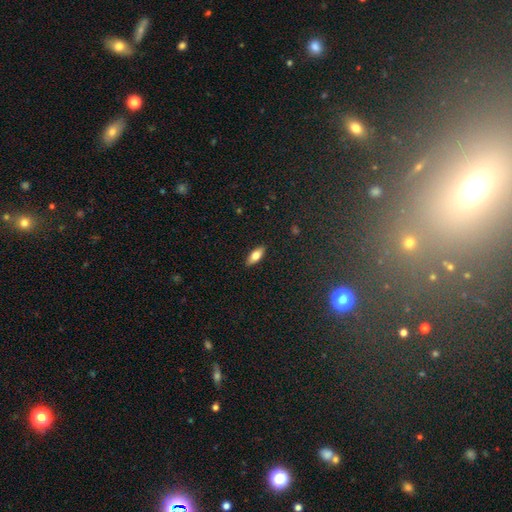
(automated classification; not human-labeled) A smooth galaxy with no disk features (72%) that is in between round and cigar-shaped (76%).

Vote fractions:
- Smooth or featured? smooth: 72% / featured or disk: 22% / star or artifact: 7%
- How rounded? in between: 76% / cigar-shaped: 21% / round: 2%
- Merging? none: 89% / minor disturbance: 8% / major disturbance: 2% / merger: 1%